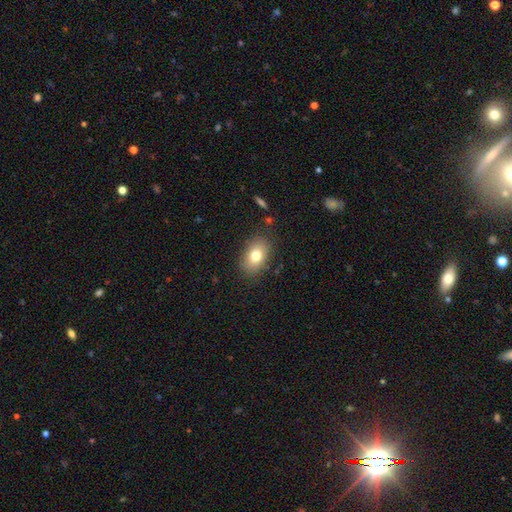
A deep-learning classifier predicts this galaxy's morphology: Smooth or featured? smooth (77%)
How rounded? in between (82%)
Merging? none (83%)